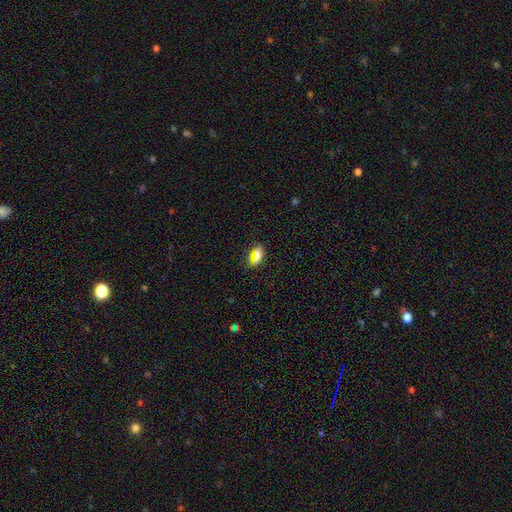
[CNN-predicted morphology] smooth 65%, star or artifact 23%, featured or disk 12%. Down the decision tree: how rounded — in between (74%); merging — none (83%).